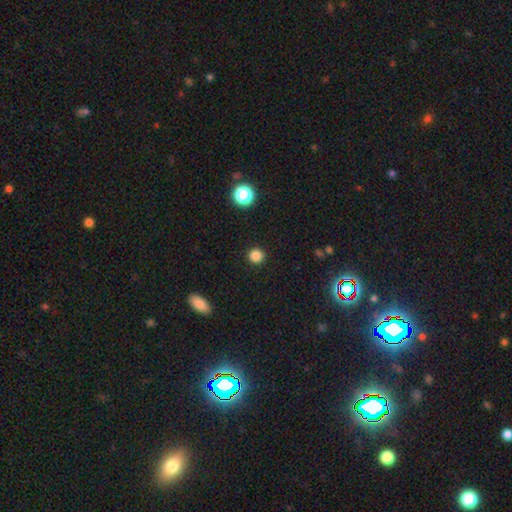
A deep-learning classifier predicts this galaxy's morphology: smooth-or-featured: smooth: 84% | star or artifact: 13% | featured or disk: 3%
  how-rounded: round: 93% | in between: 7% | cigar-shaped: 1%
  merging: none: 92% | minor disturbance: 5% | major disturbance: 2% | merger: 1%